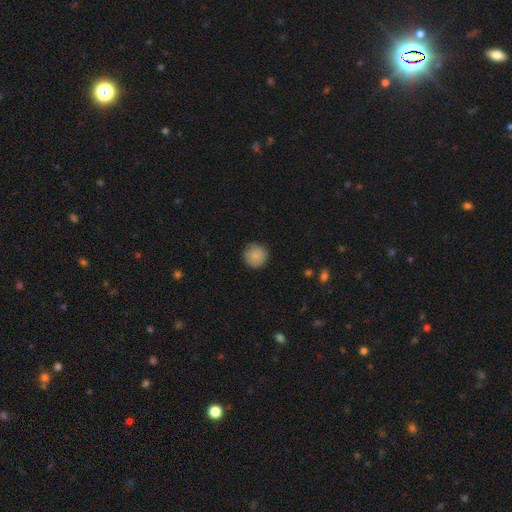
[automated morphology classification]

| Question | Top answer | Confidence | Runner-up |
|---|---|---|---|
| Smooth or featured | smooth | 87% | star or artifact (7%) |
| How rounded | round | 94% | in between (5%) |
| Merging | none | 87% | minor disturbance (10%) |